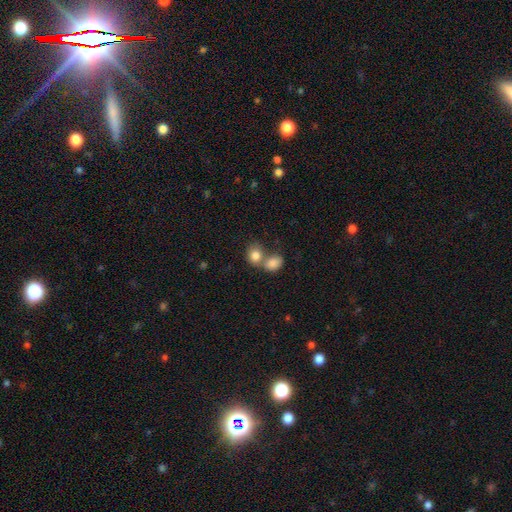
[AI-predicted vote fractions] smooth-or-featured: smooth: 82% | featured or disk: 9% | star or artifact: 9%
  how-rounded: round: 54% | in between: 45% | cigar-shaped: 1%
  merging: merger: 57% | none: 32% | minor disturbance: 8% | major disturbance: 3%